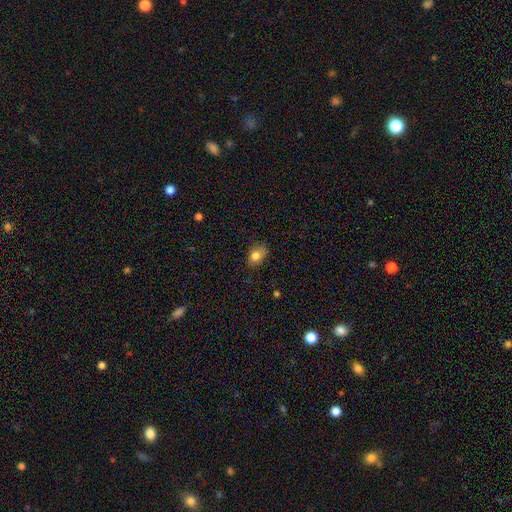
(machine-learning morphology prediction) A smooth galaxy with no disk features (82%) that is in between round and cigar-shaped (73%). Merging: none (76%).